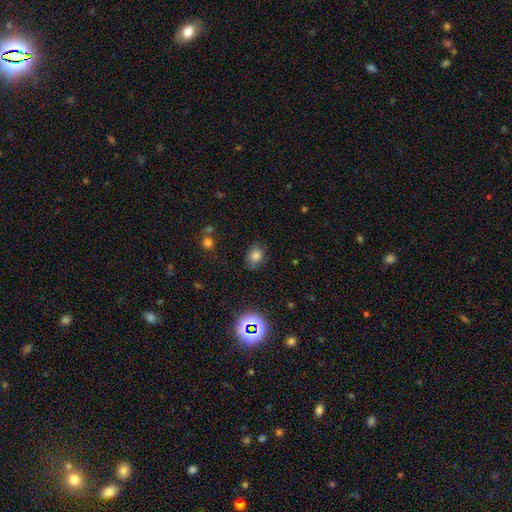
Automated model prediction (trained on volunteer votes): Smooth or featured: smooth — 76% (star or artifact — 16%)
How rounded: in between — 54% (round — 45%)
Merging: none — 76% (minor disturbance — 17%)